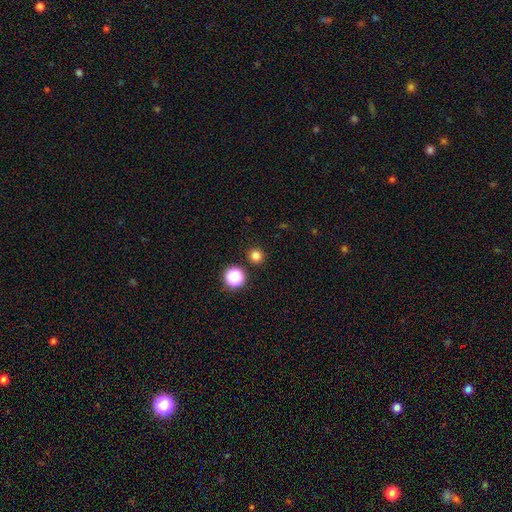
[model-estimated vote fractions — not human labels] Overall: smooth (79%). How rounded: round (95%). Merging: none (91%).